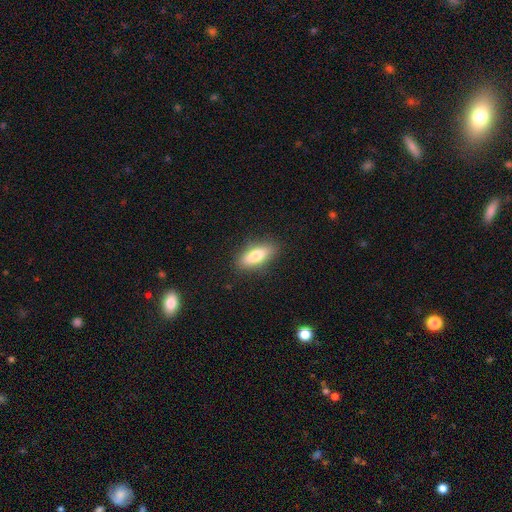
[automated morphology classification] A smooth galaxy with no disk features (77%) that is in between round and cigar-shaped (70%).

Vote fractions:
- Smooth or featured? smooth: 77% / featured or disk: 16% / star or artifact: 7%
- How rounded? in between: 70% / cigar-shaped: 27% / round: 3%
- Merging? none: 86% / minor disturbance: 10% / major disturbance: 3% / merger: 1%